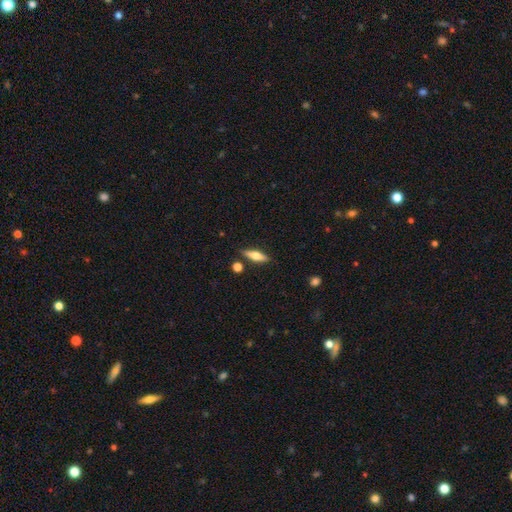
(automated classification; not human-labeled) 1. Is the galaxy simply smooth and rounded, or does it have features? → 51% smooth, 42% featured or disk, 7% star or artifact.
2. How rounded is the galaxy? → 58% cigar-shaped, 39% in between, 3% round.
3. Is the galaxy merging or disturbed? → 84% none, 10% minor disturbance, 4% merger, 2% major disturbance.